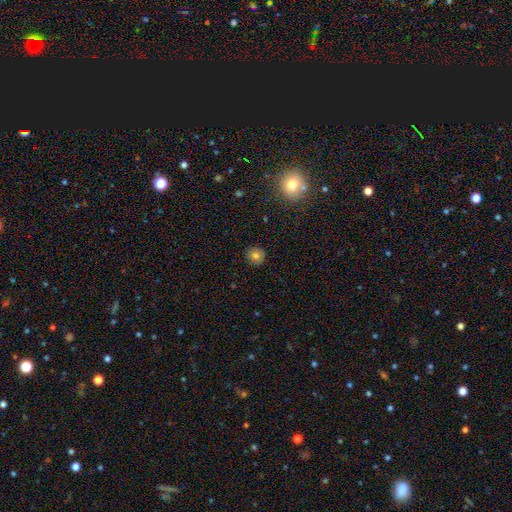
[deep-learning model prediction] Q: Smooth or featured?
A: smooth (79%); runner-up: star or artifact (12%)
Q: How rounded?
A: round (93%); runner-up: in between (6%)
Q: Merging?
A: none (90%); runner-up: minor disturbance (7%)